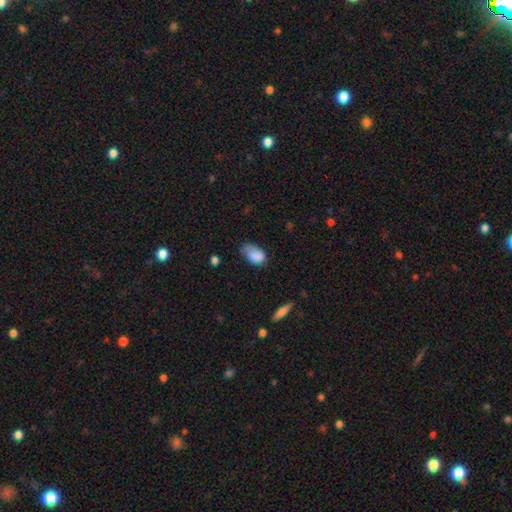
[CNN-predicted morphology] Smooth or featured: smooth — 82% (featured or disk — 10%)
How rounded: in between — 90% (round — 8%)
Merging: minor disturbance — 40% (none — 39%)